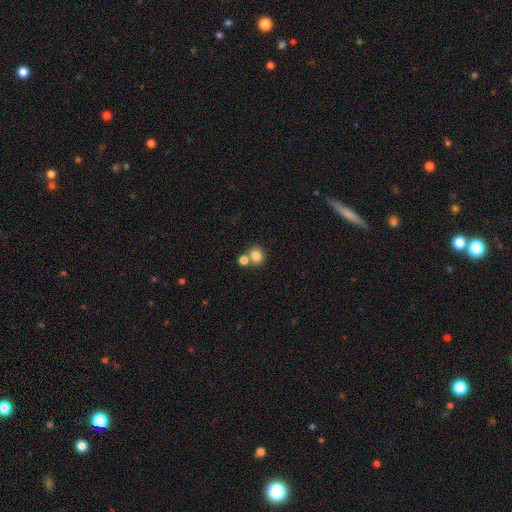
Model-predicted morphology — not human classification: This is clearly a smooth galaxy (82%). How rounded: likely round (80%). Merging: possibly none (56%).